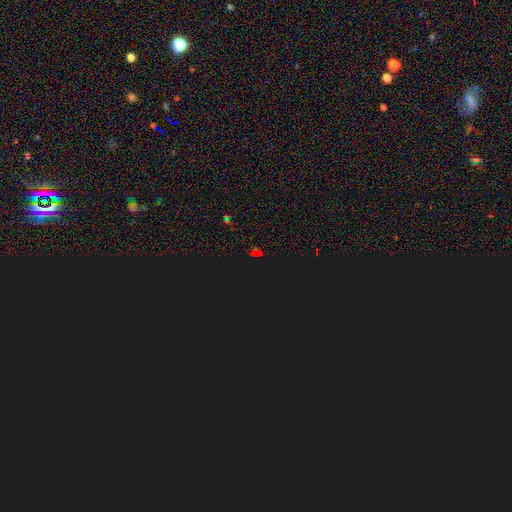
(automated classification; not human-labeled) A star or artifact, not a galaxy (67%).

Vote fractions:
- Smooth or featured? star or artifact: 67% / smooth: 25% / featured or disk: 8%